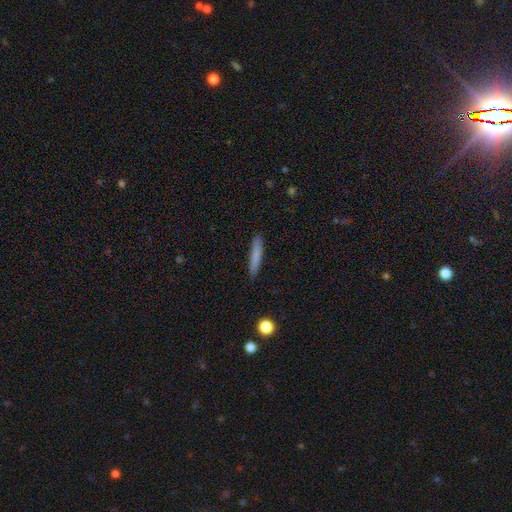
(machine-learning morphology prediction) The model was most divided on "smooth or featured": smooth: 80%, featured or disk: 13%, star or artifact: 7%. More confident: how rounded — cigar-shaped (92%); merging — none (89%).